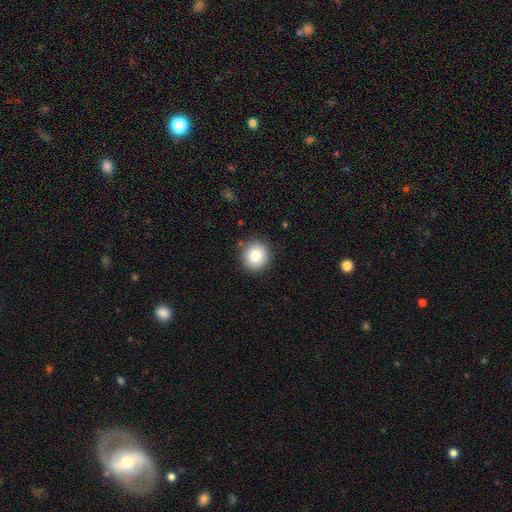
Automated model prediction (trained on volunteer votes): A smooth galaxy with no disk features (85%) that is round (91%). Merging: none (86%).